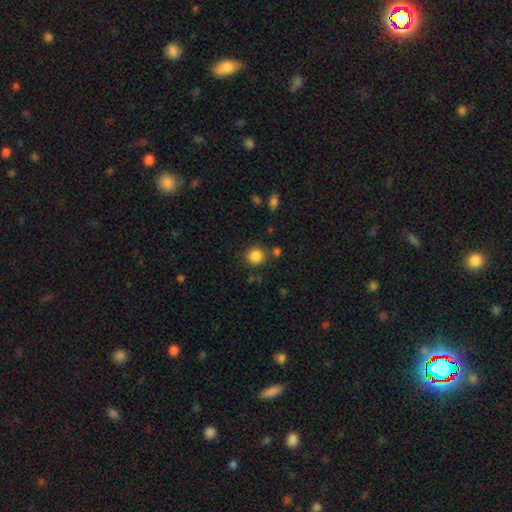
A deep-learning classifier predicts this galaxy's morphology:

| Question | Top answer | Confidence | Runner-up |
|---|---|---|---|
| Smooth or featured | smooth | 86% | star or artifact (10%) |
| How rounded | round | 88% | in between (11%) |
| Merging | none | 82% | minor disturbance (9%) |